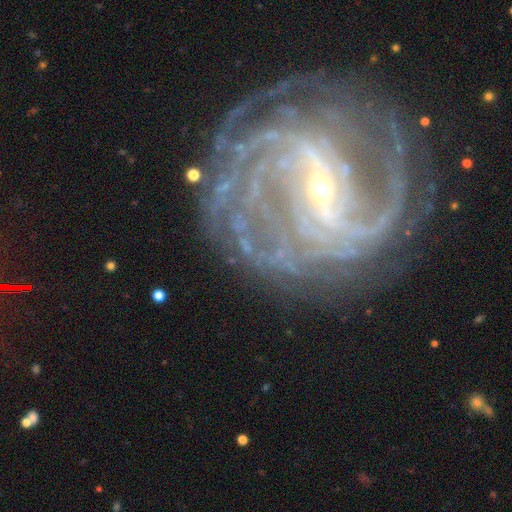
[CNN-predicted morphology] A featured or disk galaxy (90%) with a strong bar (59%), tight (58%) spiral arms (97%) and a small central bulge (79%). Merging: none (75%).